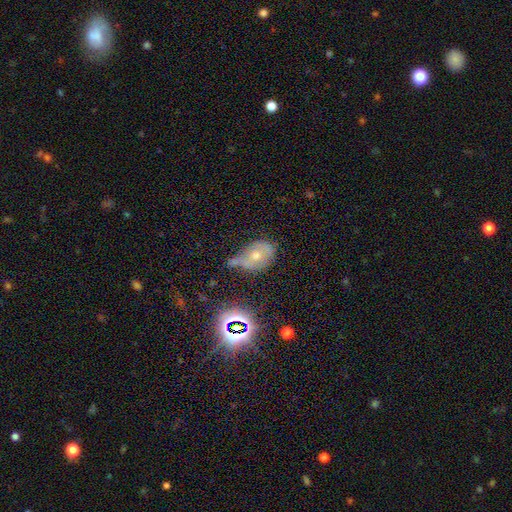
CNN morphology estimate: This is marginally a smooth galaxy (45%). Merging: marginally minor disturbance (34%).